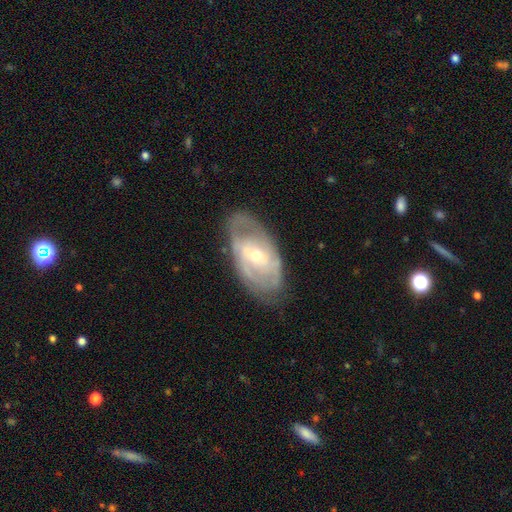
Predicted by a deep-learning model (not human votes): This appears to be a featured or disk galaxy (76%) with no bar (45%), 2 (45%) tight (52%) spiral arms (76%) and a small central bulge (50%). Merging: none (71%).